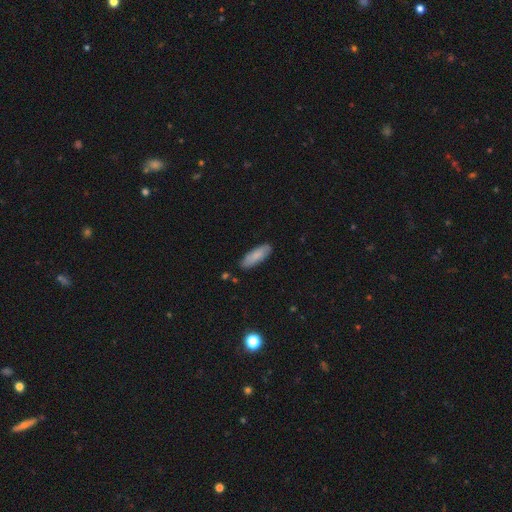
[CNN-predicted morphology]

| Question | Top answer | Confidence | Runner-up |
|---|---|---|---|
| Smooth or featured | smooth | 82% | featured or disk (12%) |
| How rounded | in between | 58% | cigar-shaped (40%) |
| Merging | none | 85% | minor disturbance (11%) |